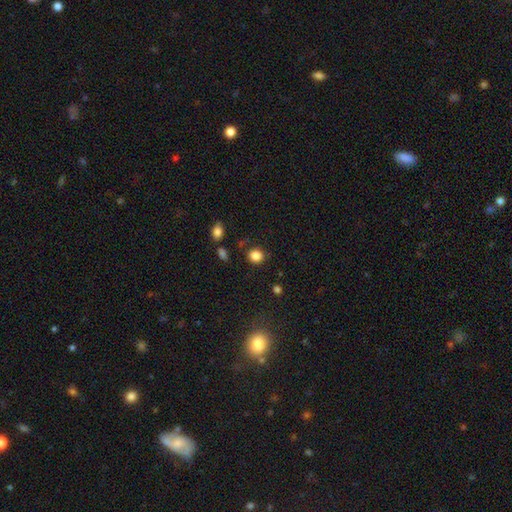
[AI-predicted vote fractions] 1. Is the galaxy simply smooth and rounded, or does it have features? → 84% smooth, 12% star or artifact, 4% featured or disk.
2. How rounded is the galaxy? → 83% round, 16% in between, 1% cigar-shaped.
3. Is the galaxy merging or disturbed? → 83% none, 11% minor disturbance, 3% major disturbance, 3% merger.